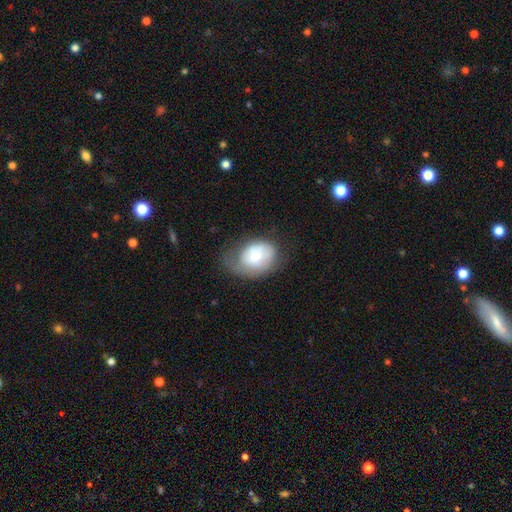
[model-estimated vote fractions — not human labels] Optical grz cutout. It shows a smooth galaxy with no disk features (65%) that is in between round and cigar-shaped (67%). Merging: minor disturbance (37%).